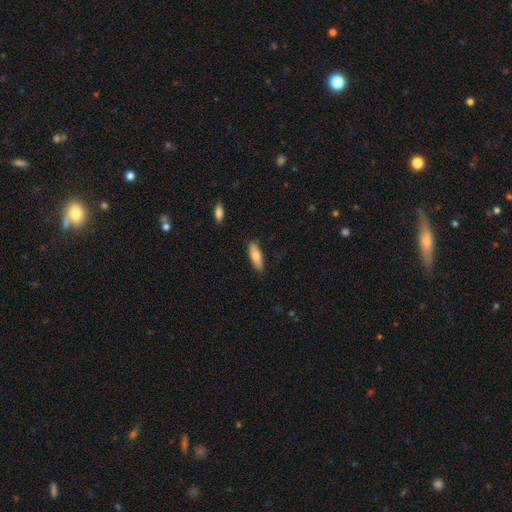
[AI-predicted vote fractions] This is likely a smooth galaxy (76%). How rounded: possibly in between (52%). Merging: clearly none (86%).